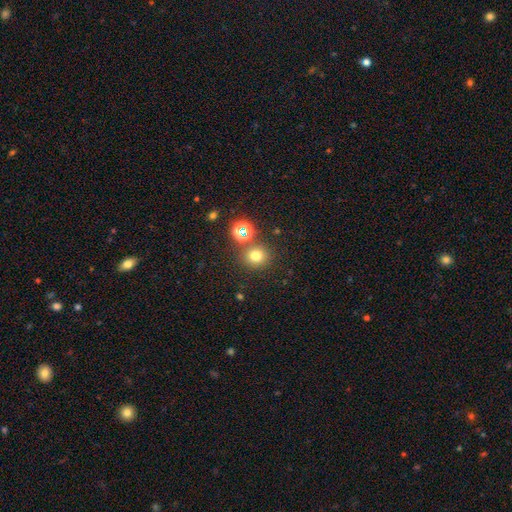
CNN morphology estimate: A smooth galaxy with no disk features (72%) that is round (87%). Merging: none (80%).